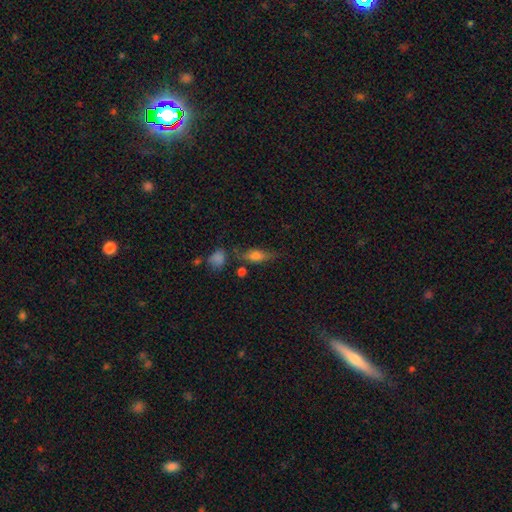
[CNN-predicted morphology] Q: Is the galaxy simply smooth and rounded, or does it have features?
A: smooth — 58%.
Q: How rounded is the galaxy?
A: in between — 63%.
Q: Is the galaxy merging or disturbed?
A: none — 62%.